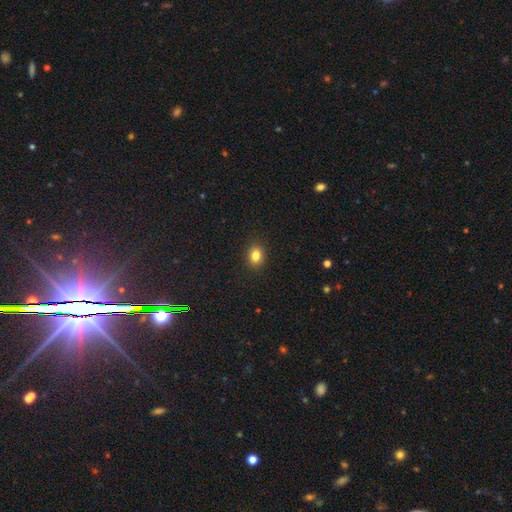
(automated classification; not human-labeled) Smooth or featured: smooth — 83% (star or artifact — 11%)
How rounded: in between — 58% (round — 41%)
Merging: none — 90% (minor disturbance — 7%)